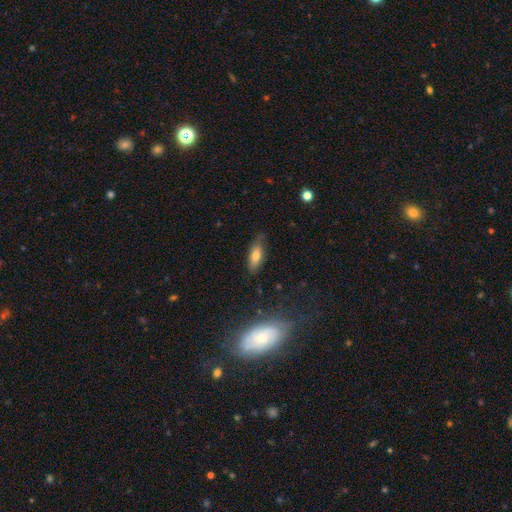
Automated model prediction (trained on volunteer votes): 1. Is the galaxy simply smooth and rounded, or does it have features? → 74% smooth, 17% featured or disk, 9% star or artifact.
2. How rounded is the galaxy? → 69% in between, 28% cigar-shaped, 3% round.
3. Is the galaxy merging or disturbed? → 75% none, 20% minor disturbance, 4% major disturbance, 2% merger.